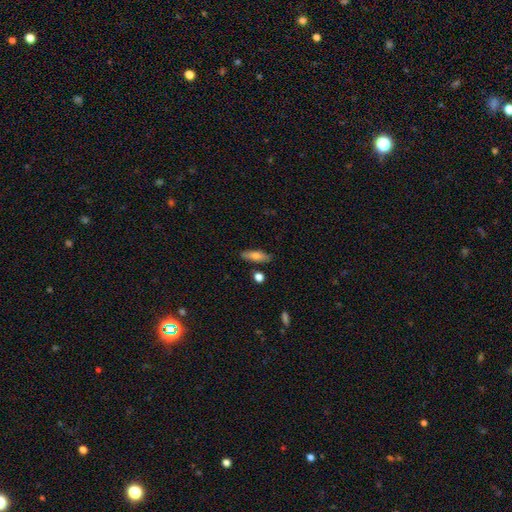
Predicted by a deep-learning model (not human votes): A smooth galaxy with no disk features (69%) that is in between round and cigar-shaped (50%).

Vote fractions:
- Smooth or featured? smooth: 69% / featured or disk: 23% / star or artifact: 7%
- How rounded? in between: 50% / cigar-shaped: 47% / round: 3%
- Merging? none: 83% / minor disturbance: 11% / merger: 4% / major disturbance: 2%